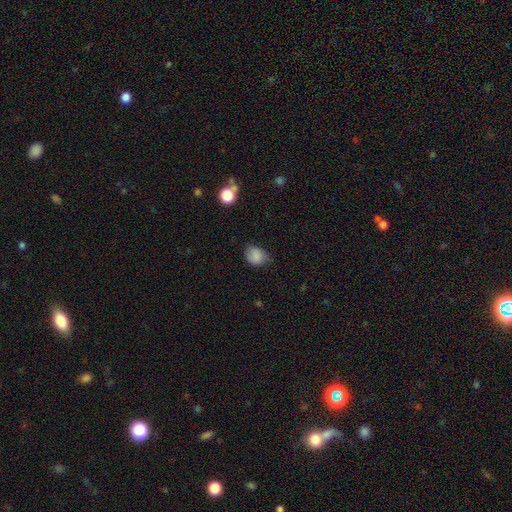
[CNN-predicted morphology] This is clearly a smooth galaxy (83%). How rounded: possibly round (50%). Merging: possibly none (58%).